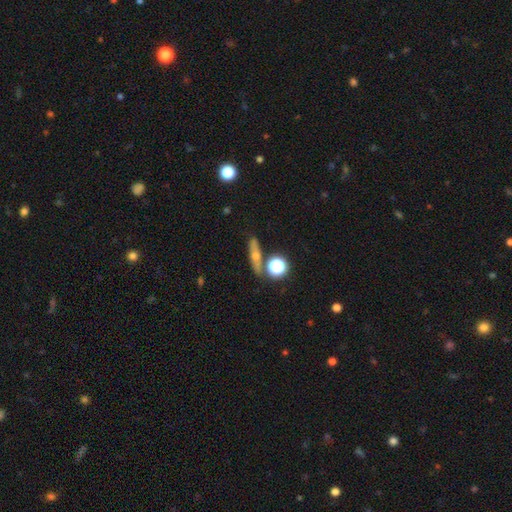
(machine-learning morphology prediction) Smooth or featured? Predicted: featured or disk (p=0.44). Merging? Predicted: none (p=0.76).